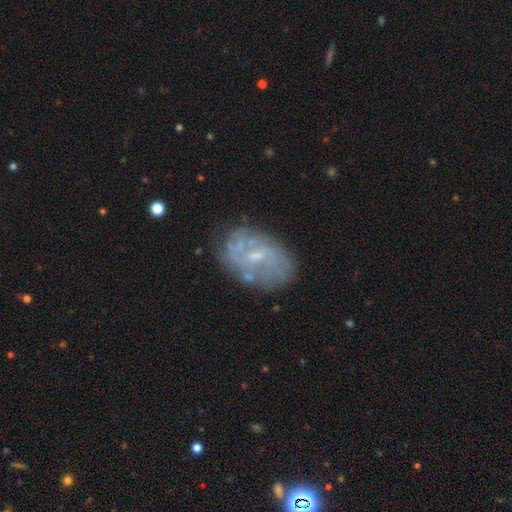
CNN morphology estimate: type=featured or disk (70%); edge-on=no (96%); bar=weak (51%); spiral arms=yes (72%); bulge=small (63%); merging=none (69%).